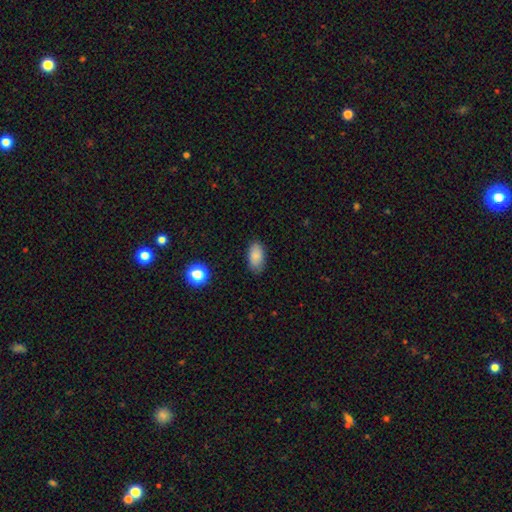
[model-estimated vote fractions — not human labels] Q: Smooth or featured?
A: smooth (86%); runner-up: star or artifact (8%)
Q: How rounded?
A: in between (93%); runner-up: round (4%)
Q: Merging?
A: none (85%); runner-up: minor disturbance (11%)